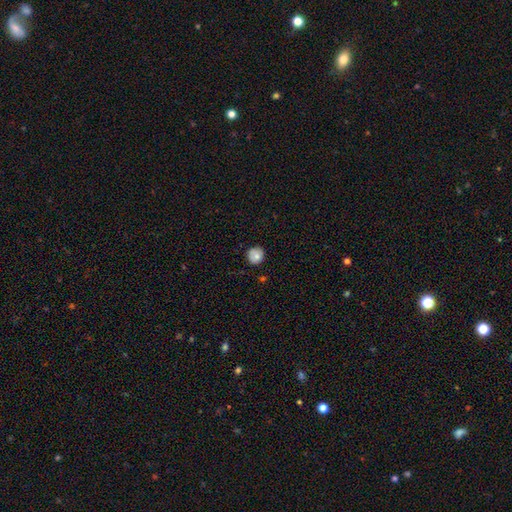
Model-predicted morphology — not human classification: smooth-or-featured: smooth: 77% | featured or disk: 14% | star or artifact: 9%
  how-rounded: round: 91% | in between: 8% | cigar-shaped: 1%
  merging: none: 80% | minor disturbance: 15% | major disturbance: 3% | merger: 2%